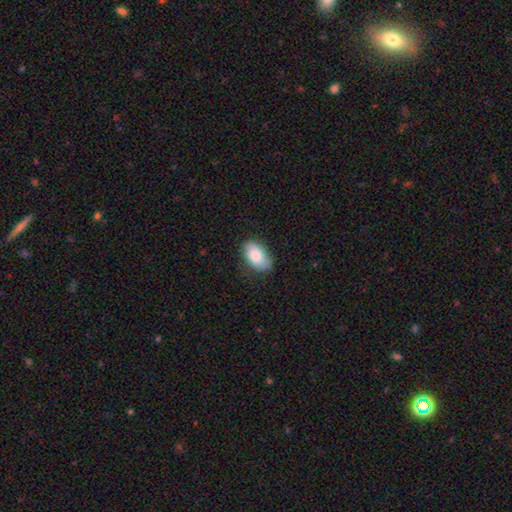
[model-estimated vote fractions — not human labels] A smooth galaxy with no disk features (78%) that is in between round and cigar-shaped (94%).

Vote fractions:
- Smooth or featured? smooth: 78% / featured or disk: 16% / star or artifact: 6%
- How rounded? in between: 94% / round: 5% / cigar-shaped: 1%
- Merging? none: 77% / minor disturbance: 18% / major disturbance: 4% / merger: 1%